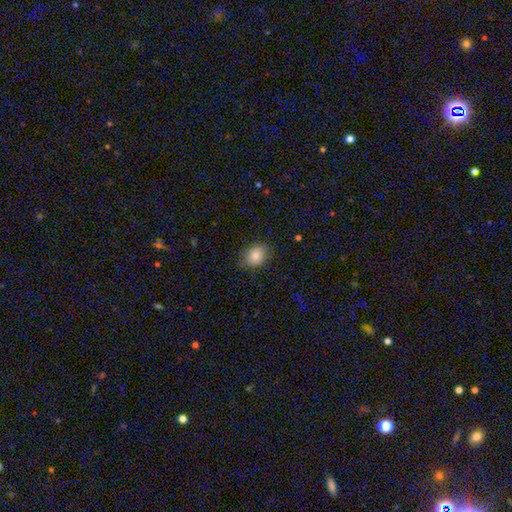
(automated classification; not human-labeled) Morphology: type=smooth (84%); roundness=in between (50%); merging=none (71%).